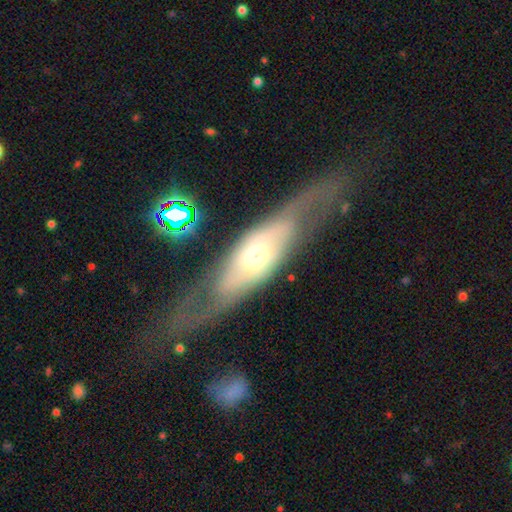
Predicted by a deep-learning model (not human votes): smooth_or_featured: featured or disk (p=0.72) [alt: smooth p=0.21]
disk_edge_on: no (p=0.63) [alt: yes p=0.37]
merging: none (p=0.68) [alt: minor disturbance p=0.16]